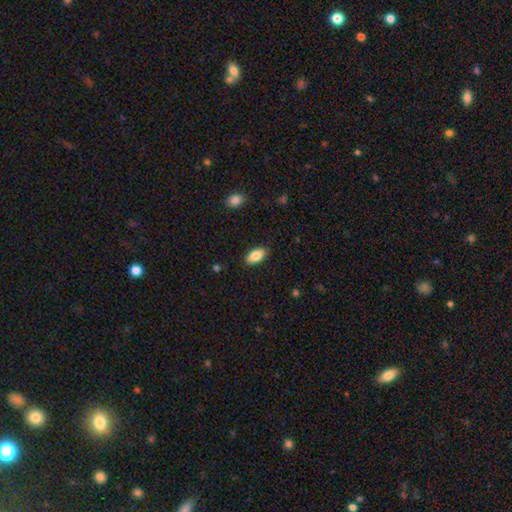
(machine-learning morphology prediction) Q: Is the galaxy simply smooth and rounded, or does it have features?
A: smooth — 86%.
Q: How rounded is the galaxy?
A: in between — 92%.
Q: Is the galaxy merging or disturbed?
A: none — 88%.